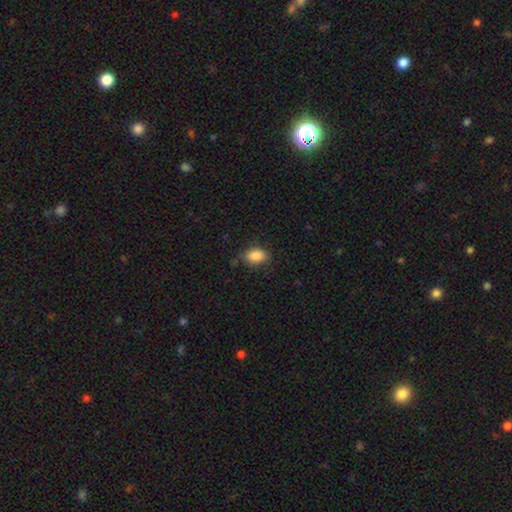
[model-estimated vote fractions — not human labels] Smooth or featured: smooth — 87% (star or artifact — 8%)
How rounded: in between — 85% (round — 13%)
Merging: none — 80% (minor disturbance — 15%)